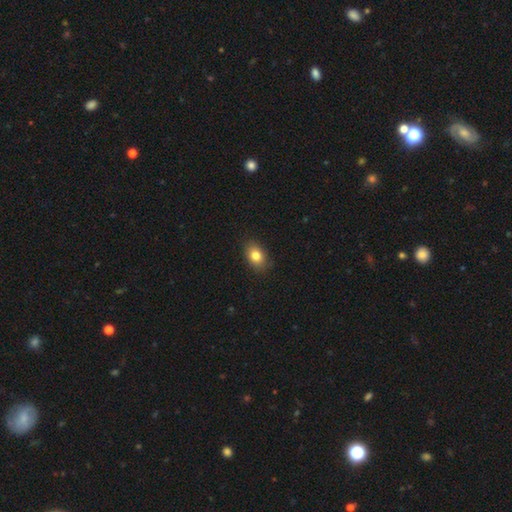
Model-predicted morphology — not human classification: smooth-or-featured: smooth: 81% | featured or disk: 9% | star or artifact: 9%
  how-rounded: in between: 78% | round: 20% | cigar-shaped: 1%
  merging: none: 86% | minor disturbance: 11% | major disturbance: 2% | merger: 1%